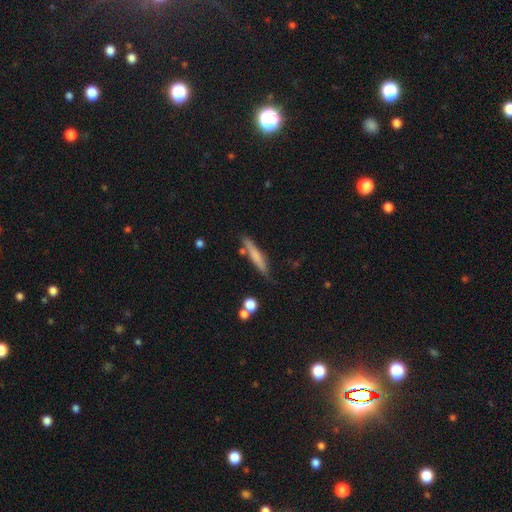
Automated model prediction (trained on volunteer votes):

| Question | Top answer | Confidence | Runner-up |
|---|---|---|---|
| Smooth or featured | smooth | 61% | featured or disk (32%) |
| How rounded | cigar-shaped | 91% | in between (7%) |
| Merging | none | 75% | minor disturbance (16%) |